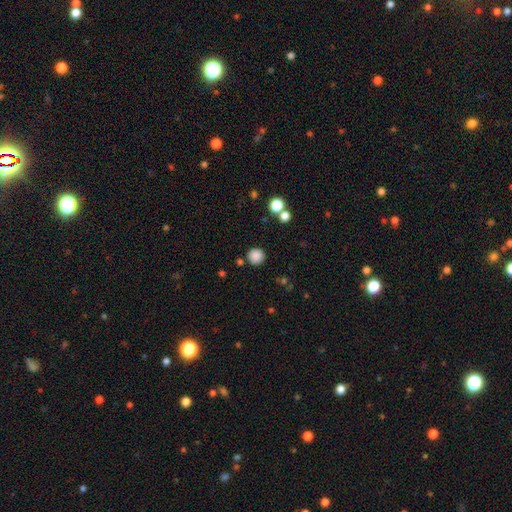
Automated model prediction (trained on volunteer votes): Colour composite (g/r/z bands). It shows a smooth galaxy with no disk features (85%) that is round (94%). Merging: none (86%).